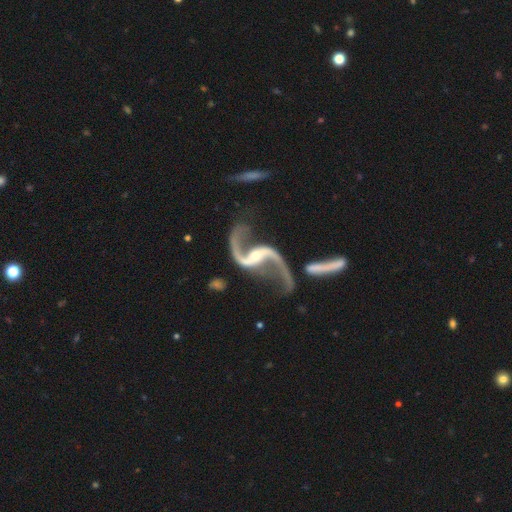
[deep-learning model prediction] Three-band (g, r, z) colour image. It shows a featured or disk galaxy (93%) with a weak bar (42%), 2 (94%) loose (84%) spiral arms (97%) and a small central bulge (62%). Merging: none (48%).